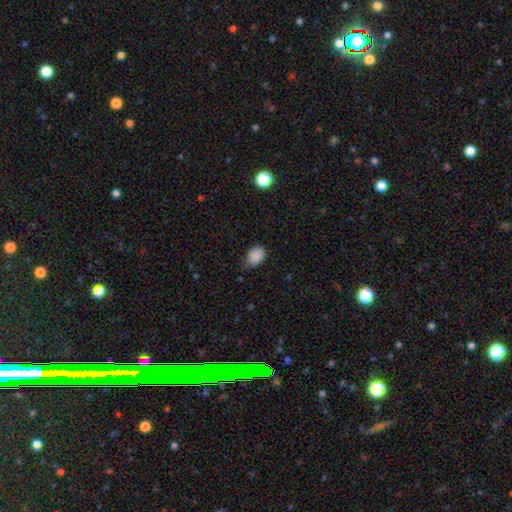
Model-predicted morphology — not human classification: This appears to be a smooth galaxy with no disk features (88%) that is in between round and cigar-shaped (79%). Merging: none (64%).